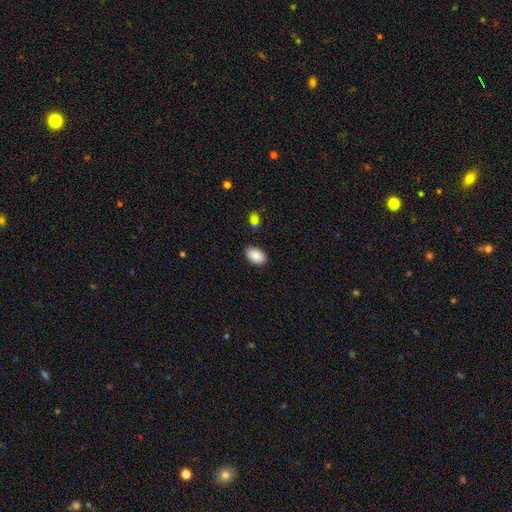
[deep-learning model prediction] Smooth or featured? Predicted: smooth (p=0.88). How rounded? Predicted: in between (p=0.90). Merging? Predicted: none (p=0.86).